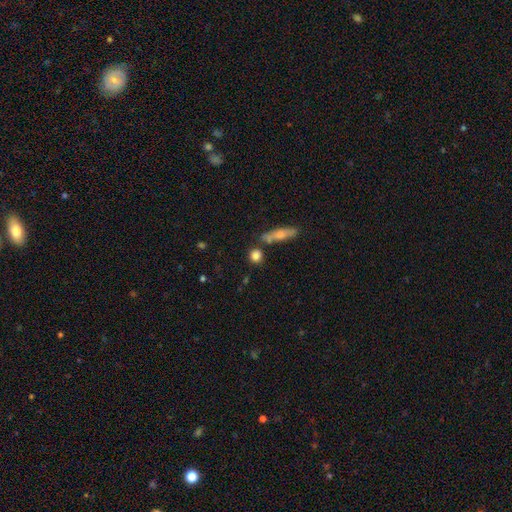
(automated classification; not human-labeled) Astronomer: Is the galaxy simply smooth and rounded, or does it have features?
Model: smooth — 82%.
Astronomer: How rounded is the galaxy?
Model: round — 79%.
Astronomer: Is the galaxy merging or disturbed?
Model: none — 75%.